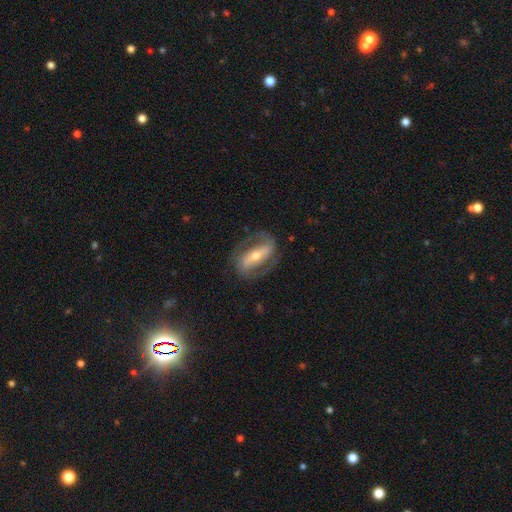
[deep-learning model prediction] smooth_or_featured: featured or disk (p=0.81) [alt: smooth p=0.14]
disk_edge_on: no (p=0.90) [alt: yes p=0.10]
bar: strong (p=0.66) [alt: weak p=0.21]
has_spiral_arms: yes (p=0.84) [alt: no p=0.16]
spiral_winding: medium (p=0.45) [alt: tight p=0.33]
spiral_arm_count: 2 (p=0.87) [alt: can't tell p=0.07]
bulge_size: moderate (p=0.53) [alt: small p=0.40]
merging: none (p=0.76) [alt: minor disturbance p=0.13]